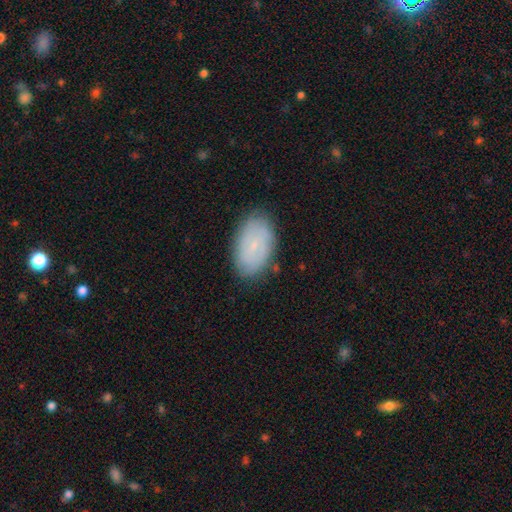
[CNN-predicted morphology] Smooth or featured? Predicted: smooth (p=0.51). How rounded? Predicted: in between (p=0.91). Merging? Predicted: none (p=0.80).